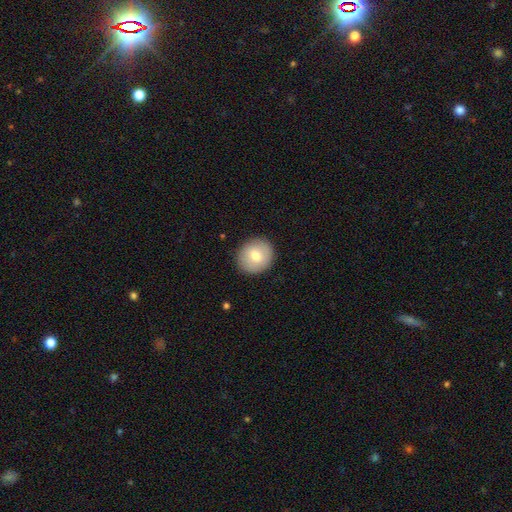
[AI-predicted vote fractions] smooth_or_featured: smooth (p=0.74) [alt: featured or disk p=0.18]
how_rounded: round (p=0.83) [alt: in between p=0.16]
merging: none (p=0.90) [alt: minor disturbance p=0.07]